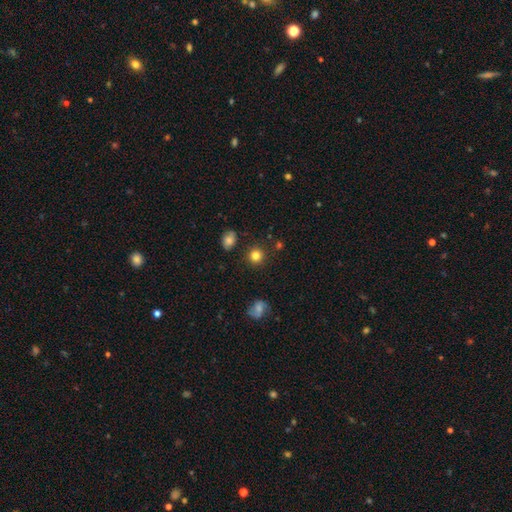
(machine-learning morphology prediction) smooth 82%, star or artifact 11%, featured or disk 6%. Down the decision tree: how rounded — round (91%); merging — none (88%).